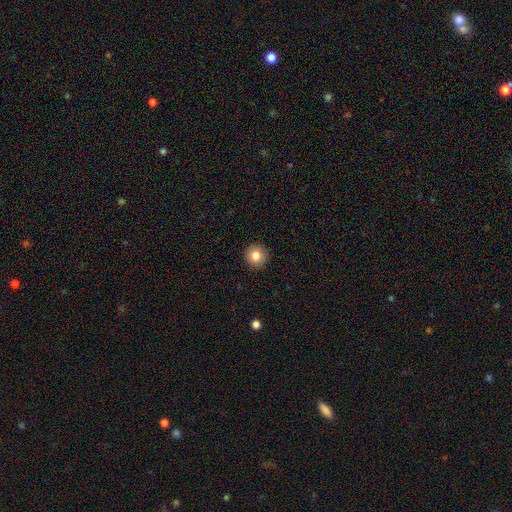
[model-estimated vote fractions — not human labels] Smooth or featured: smooth — 83% (star or artifact — 10%)
How rounded: round — 95% (in between — 4%)
Merging: none — 93% (minor disturbance — 5%)